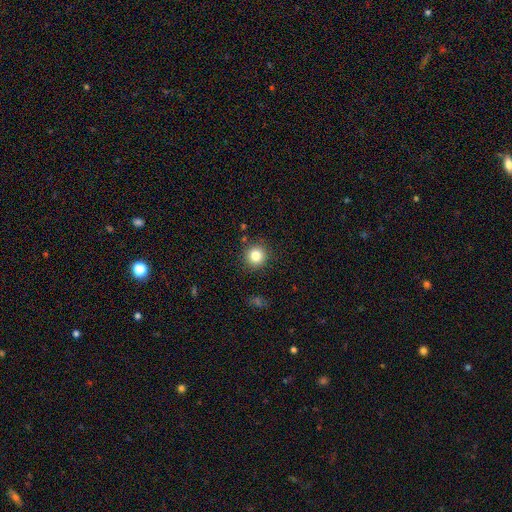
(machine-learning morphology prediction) smooth 83%, star or artifact 11%, featured or disk 6%. Down the decision tree: how rounded — round (94%); merging — none (89%).